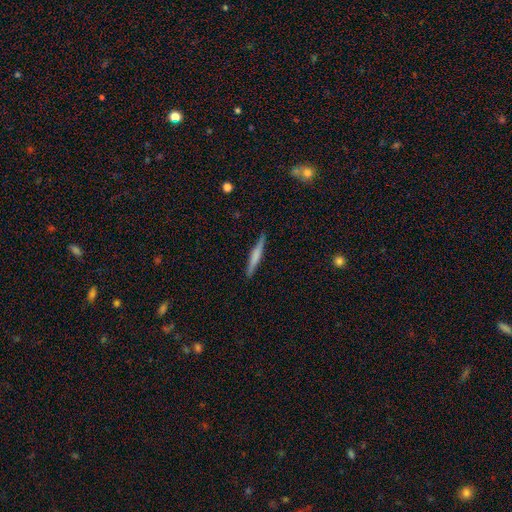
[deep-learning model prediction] A smooth galaxy with no disk features (57%) that is cigar-shaped (95%).

Vote fractions:
- Smooth or featured? smooth: 57% / featured or disk: 37% / star or artifact: 6%
- How rounded? cigar-shaped: 95% / in between: 4% / round: 1%
- Merging? none: 89% / minor disturbance: 8% / major disturbance: 2% / merger: 1%